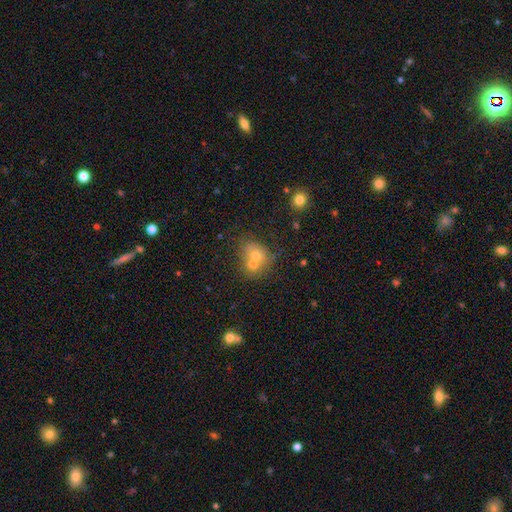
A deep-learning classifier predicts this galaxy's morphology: Smooth or featured?
  - smooth: 63% *
  - featured or disk: 23%
  - star or artifact: 15%
How rounded?
  - round: 65% *
  - in between: 34%
  - cigar-shaped: 1%
Merging?
  - merger: 59% *
  - none: 29%
  - minor disturbance: 8%
  - major disturbance: 4%